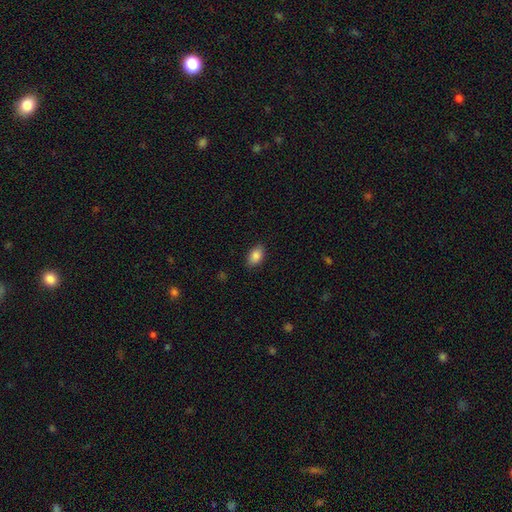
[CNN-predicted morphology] Smooth or featured? smooth (86%)
How rounded? in between (89%)
Merging? none (85%)